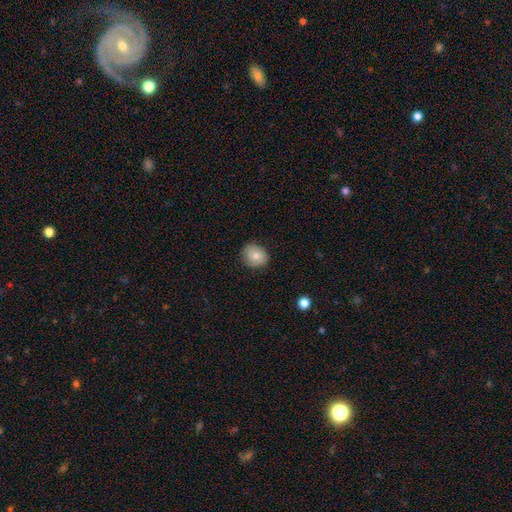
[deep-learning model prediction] A smooth galaxy with no disk features (80%) that is round (69%). Merging: none (81%).